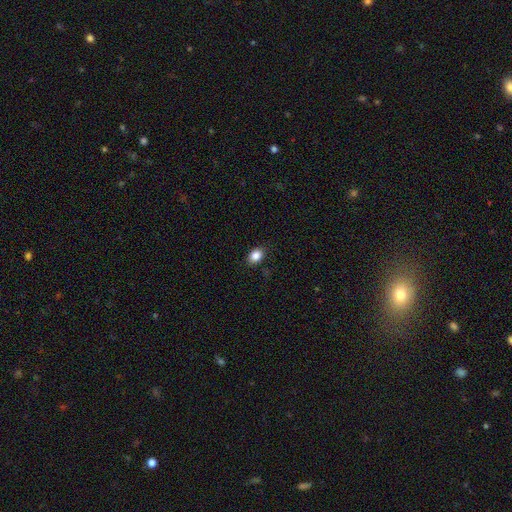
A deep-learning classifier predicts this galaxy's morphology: The model was most divided on "how rounded": in between: 72%, round: 27%, cigar-shaped: 1%. More confident: smooth or featured — smooth (86%); merging — none (86%).